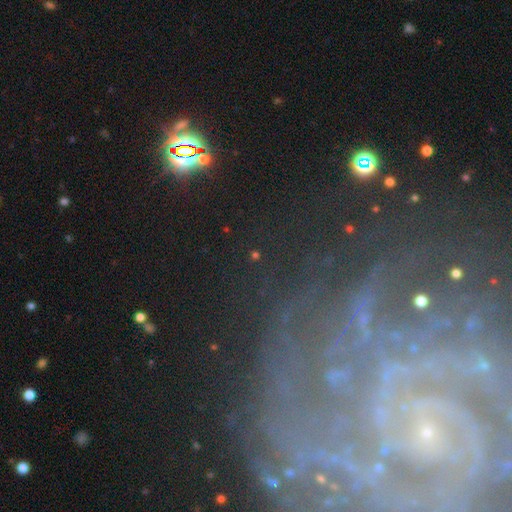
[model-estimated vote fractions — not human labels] Overall: featured or disk (45%; star or artifact 36%). Merging: none (73%).